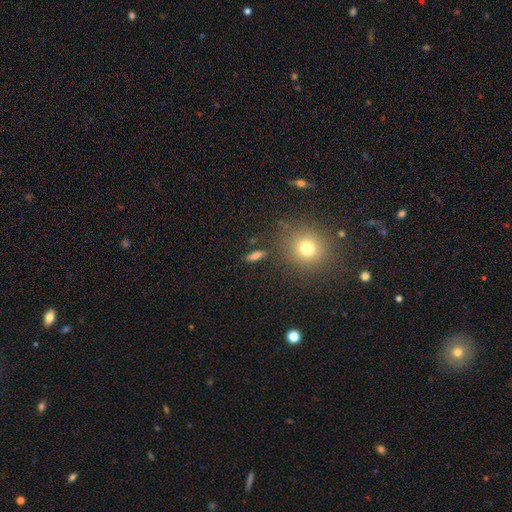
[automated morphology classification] A smooth galaxy with no disk features (77%) that is in between round and cigar-shaped (53%).

Vote fractions:
- Smooth or featured? smooth: 77% / star or artifact: 14% / featured or disk: 10%
- How rounded? in between: 53% / cigar-shaped: 36% / round: 11%
- Merging? none: 82% / minor disturbance: 10% / merger: 4% / major disturbance: 4%